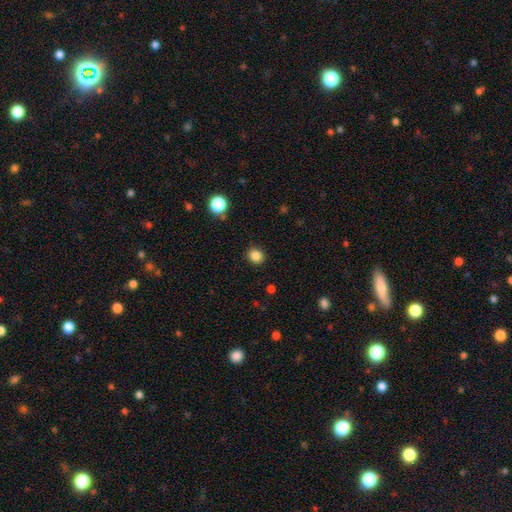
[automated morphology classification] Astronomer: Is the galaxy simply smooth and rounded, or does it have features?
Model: smooth — 85%.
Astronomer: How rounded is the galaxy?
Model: round — 74%.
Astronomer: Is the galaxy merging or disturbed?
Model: none — 89%.